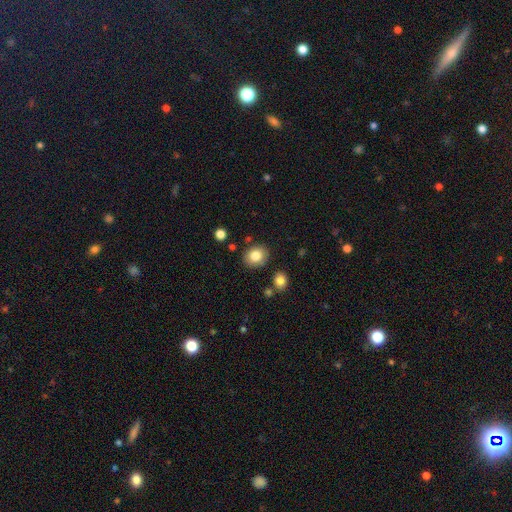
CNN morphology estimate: smooth-or-featured: smooth: 82% | star or artifact: 9% | featured or disk: 9%
  how-rounded: round: 62% | in between: 37% | cigar-shaped: 1%
  merging: none: 84% | minor disturbance: 10% | merger: 4% | major disturbance: 3%